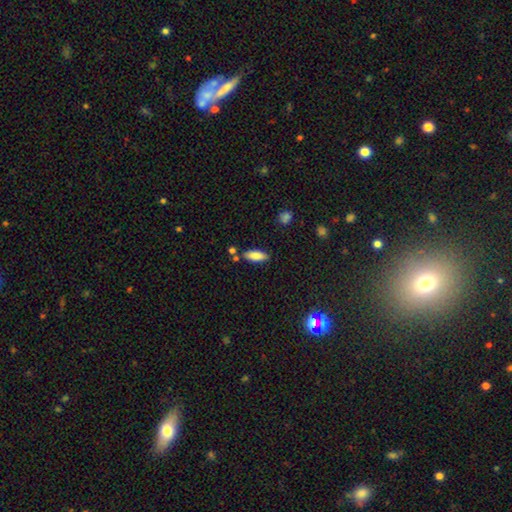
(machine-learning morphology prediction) Overall: smooth (84%). How rounded: in between (73%). Merging: none (76%).